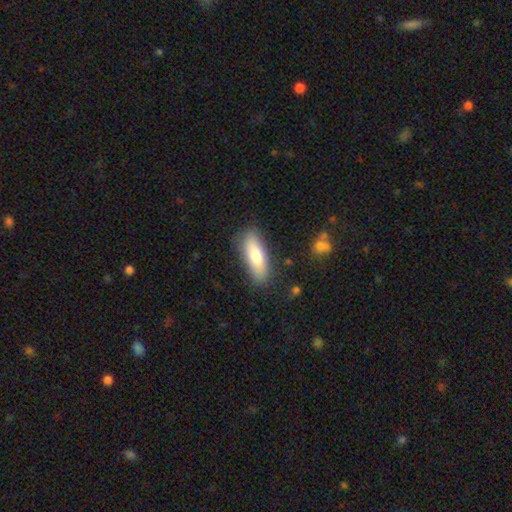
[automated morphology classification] Q: Smooth or featured?
A: smooth (78%); runner-up: featured or disk (16%)
Q: How rounded?
A: in between (58%); runner-up: cigar-shaped (40%)
Q: Merging?
A: none (83%); runner-up: minor disturbance (12%)